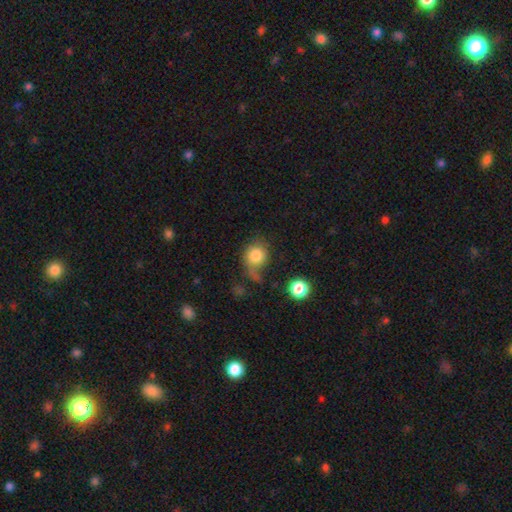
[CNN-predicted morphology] Q: Smooth or featured?
A: smooth (79%); runner-up: featured or disk (11%)
Q: How rounded?
A: round (74%); runner-up: in between (25%)
Q: Merging?
A: none (39%); runner-up: major disturbance (25%)